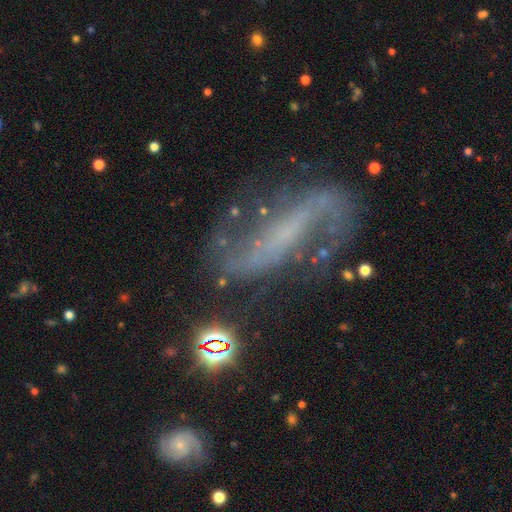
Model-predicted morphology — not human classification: Smooth or featured: featured or disk — 83% (star or artifact — 10%)
Edge-on disk: no — 94% (yes — 6%)
Bar: weak — 37% (strong — 33%)
Spiral arms: yes — 93% (no — 7%)
Spiral winding: loose — 69% (medium — 24%)
Spiral arm count: 2 — 90% (can't tell — 4%)
Bulge size: none — 51% (small — 36%)
Merging: none — 63% (minor disturbance — 18%)